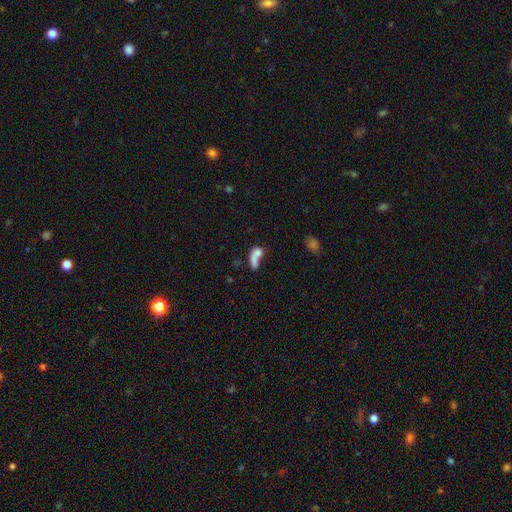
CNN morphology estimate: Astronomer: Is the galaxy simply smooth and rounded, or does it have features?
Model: smooth — 69%.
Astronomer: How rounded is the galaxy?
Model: in between — 66%.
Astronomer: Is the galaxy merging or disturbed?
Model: merger — 54%.